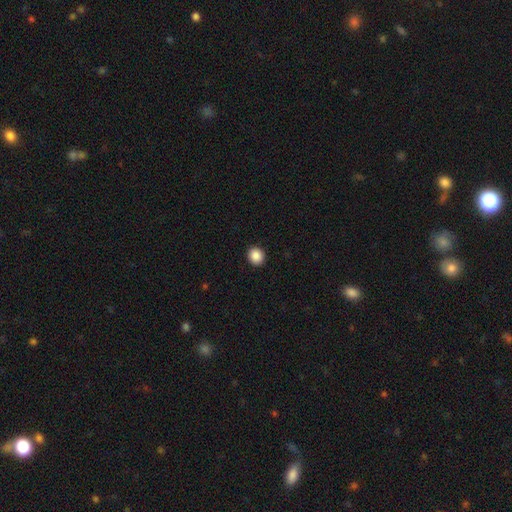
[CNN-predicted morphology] Smooth or featured? smooth (88%)
How rounded? round (83%)
Merging? none (92%)